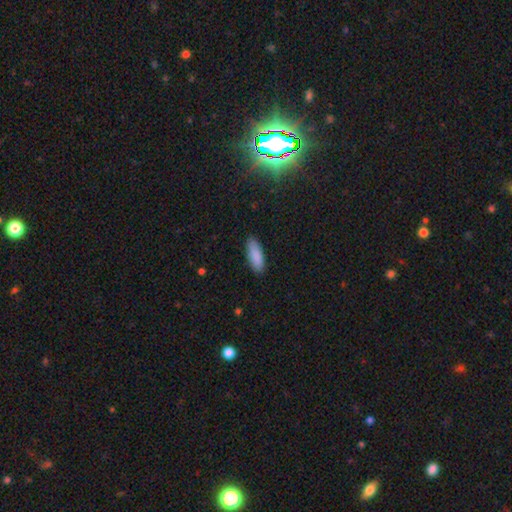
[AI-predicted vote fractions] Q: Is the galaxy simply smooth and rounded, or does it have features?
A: smooth — 89%.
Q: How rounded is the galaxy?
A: in between — 70%.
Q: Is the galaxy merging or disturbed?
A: none — 88%.